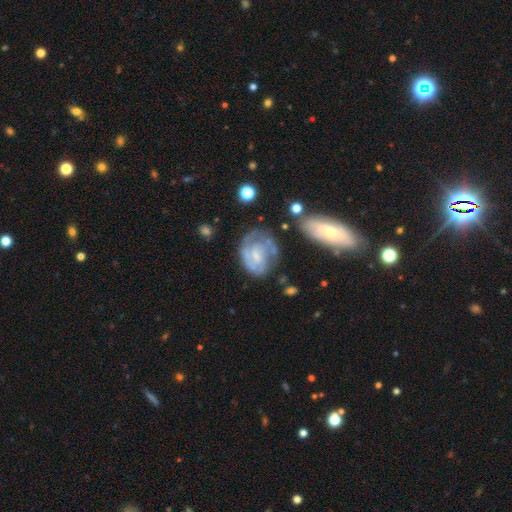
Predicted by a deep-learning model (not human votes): A featured or disk galaxy (71%) with no bar (55%), tight (51%) spiral arms (79%) and a small central bulge (56%). Merging: none (51%).